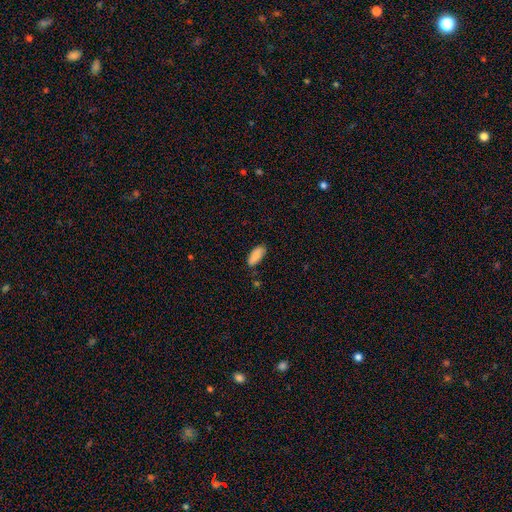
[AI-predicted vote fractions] Smooth or featured? Predicted: smooth (p=0.89). How rounded? Predicted: in between (p=0.85). Merging? Predicted: none (p=0.77).